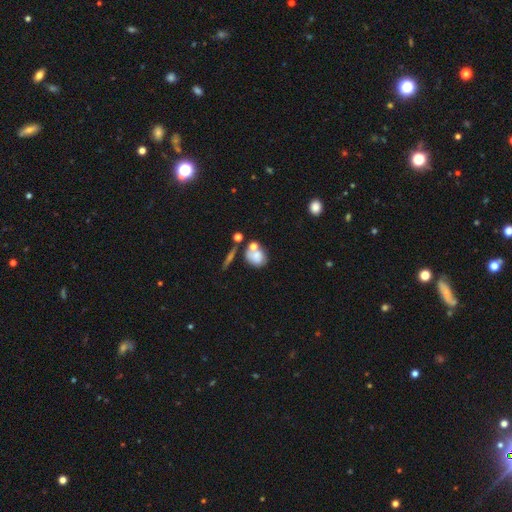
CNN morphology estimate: Smooth or featured?
  - smooth: 68% *
  - featured or disk: 20%
  - star or artifact: 12%
How rounded?
  - round: 54% *
  - in between: 44%
  - cigar-shaped: 3%
Merging?
  - none: 42% *
  - merger: 33%
  - minor disturbance: 16%
  - major disturbance: 9%